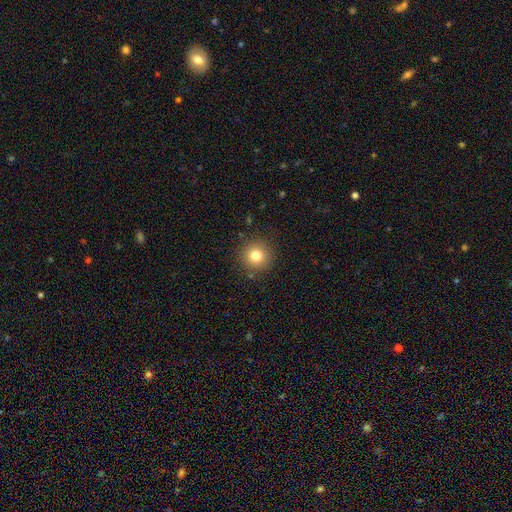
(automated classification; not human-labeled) This is likely a smooth galaxy (79%). How rounded: clearly round (95%). Merging: clearly none (89%).